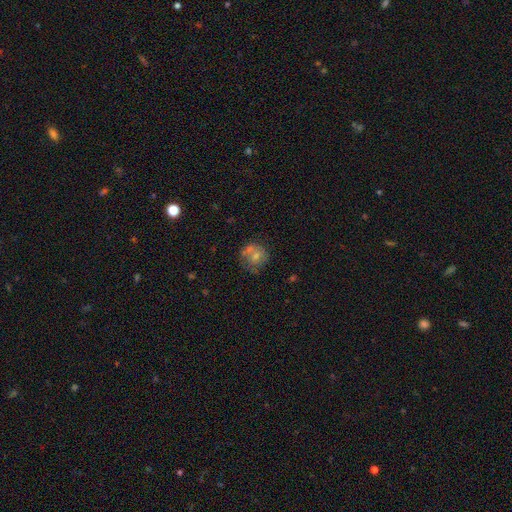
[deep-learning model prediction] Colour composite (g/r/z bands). It shows a featured or disk galaxy (42%, tied with smooth). Merging: none (59%).